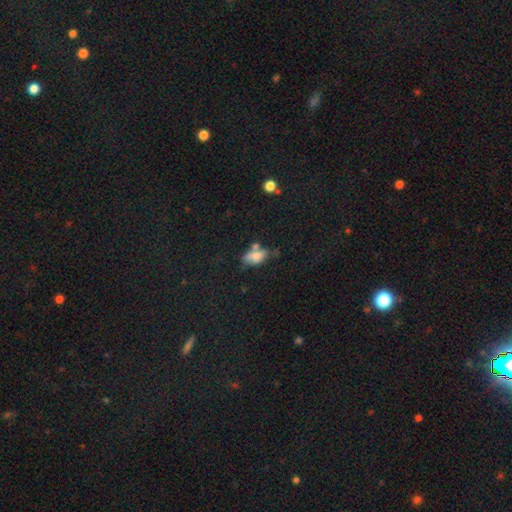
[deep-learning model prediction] A smooth galaxy with no disk features (71%) that is in between round and cigar-shaped (87%). Merging: none (43%).